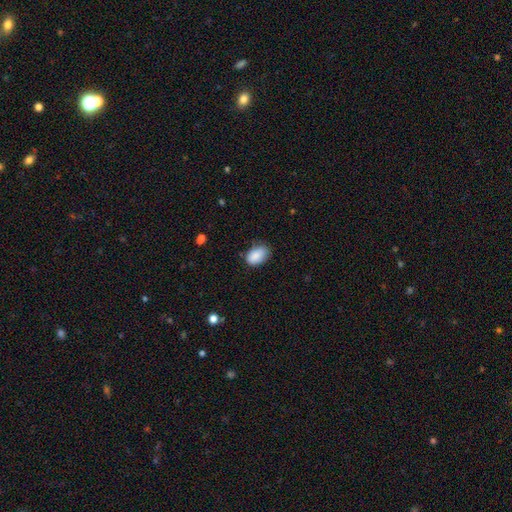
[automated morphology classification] smooth-or-featured: smooth: 88% | star or artifact: 7% | featured or disk: 5%
  how-rounded: in between: 88% | round: 11% | cigar-shaped: 1%
  merging: none: 69% | minor disturbance: 25% | major disturbance: 4% | merger: 2%